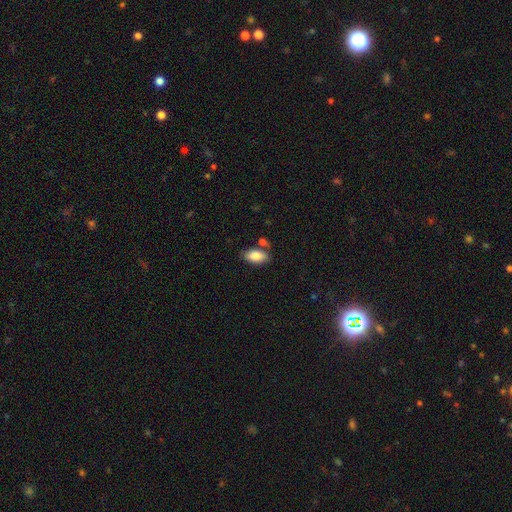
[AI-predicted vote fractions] A smooth galaxy with no disk features (85%) that is in between round and cigar-shaped (93%).

Vote fractions:
- Smooth or featured? smooth: 85% / featured or disk: 9% / star or artifact: 7%
- How rounded? in between: 93% / cigar-shaped: 4% / round: 3%
- Merging? none: 68% / minor disturbance: 15% / merger: 13% / major disturbance: 4%